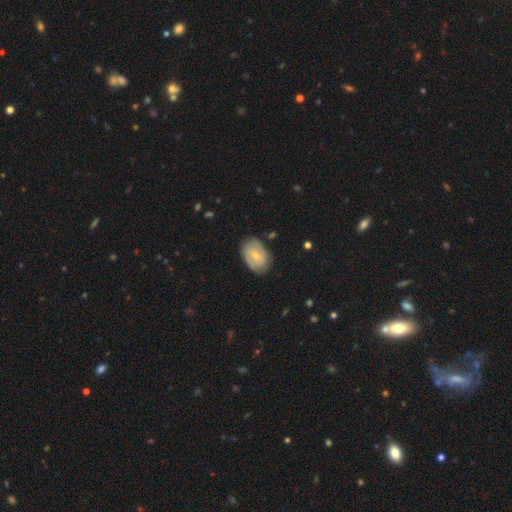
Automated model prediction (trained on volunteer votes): Smooth or featured? featured or disk (49%)
Merging? none (77%)